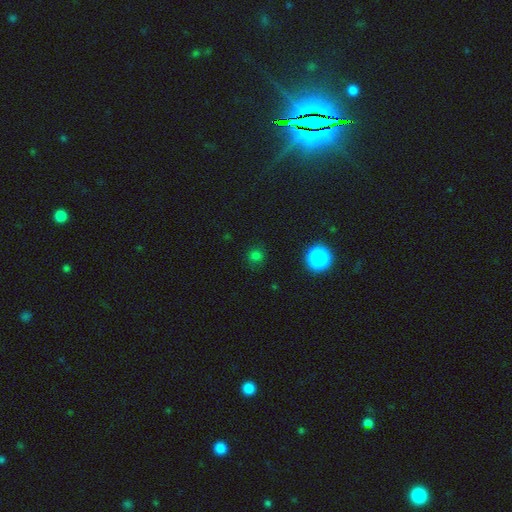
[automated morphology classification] Smooth or featured?
  - smooth: 69% *
  - star or artifact: 26%
  - featured or disk: 5%
How rounded?
  - round: 87% *
  - in between: 11%
  - cigar-shaped: 1%
Merging?
  - none: 84% *
  - minor disturbance: 10%
  - major disturbance: 4%
  - merger: 2%